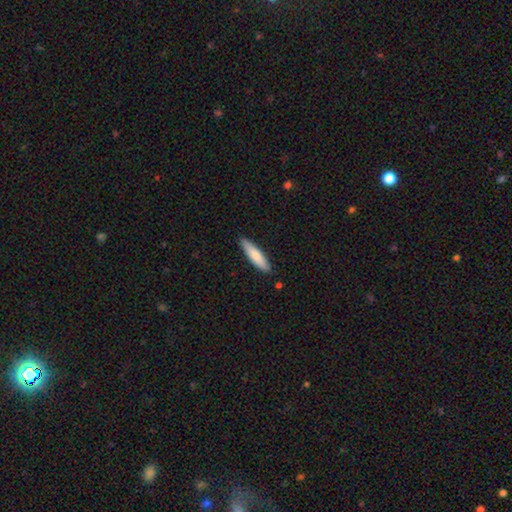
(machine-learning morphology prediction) This appears to be a smooth galaxy with no disk features (78%) that is cigar-shaped (77%). Merging: none (87%).